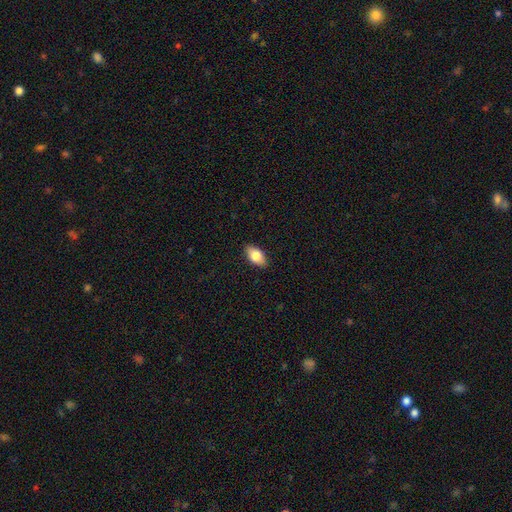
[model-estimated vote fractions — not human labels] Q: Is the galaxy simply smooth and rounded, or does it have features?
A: smooth — 81%.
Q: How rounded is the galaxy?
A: in between — 93%.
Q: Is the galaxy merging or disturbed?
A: none — 89%.